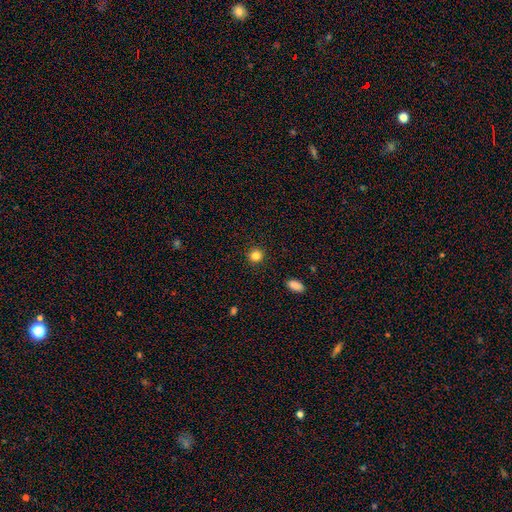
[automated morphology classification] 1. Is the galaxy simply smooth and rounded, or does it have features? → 84% smooth, 12% star or artifact, 4% featured or disk.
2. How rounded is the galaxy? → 91% round, 8% in between, 1% cigar-shaped.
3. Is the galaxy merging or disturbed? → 92% none, 5% minor disturbance, 2% major disturbance, 1% merger.